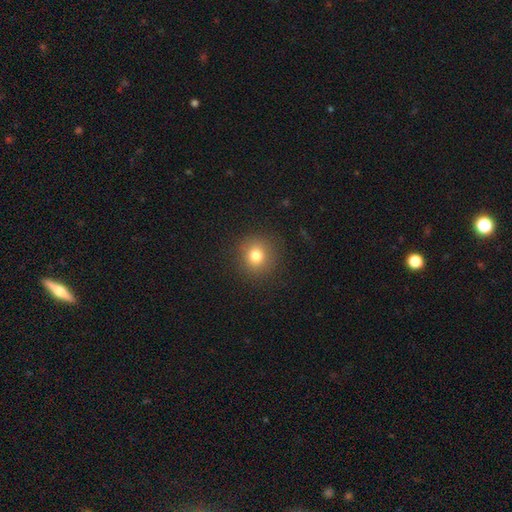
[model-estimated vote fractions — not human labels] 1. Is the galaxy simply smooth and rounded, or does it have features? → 78% smooth, 13% star or artifact, 9% featured or disk.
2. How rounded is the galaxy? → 91% round, 8% in between, 1% cigar-shaped.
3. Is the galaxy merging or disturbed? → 88% none, 7% minor disturbance, 3% major disturbance, 1% merger.